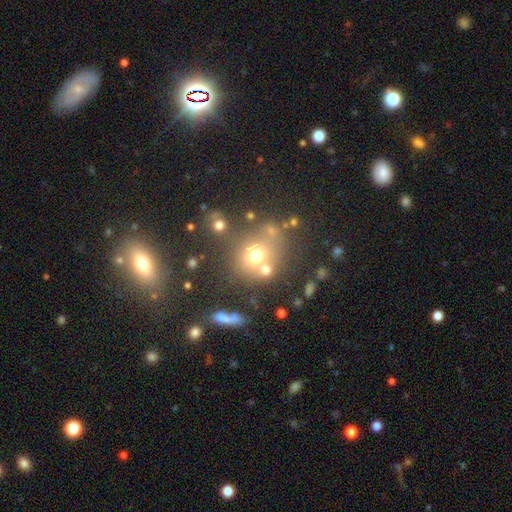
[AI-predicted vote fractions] Smooth or featured? smooth (65%)
How rounded? round (81%)
Merging? none (56%)